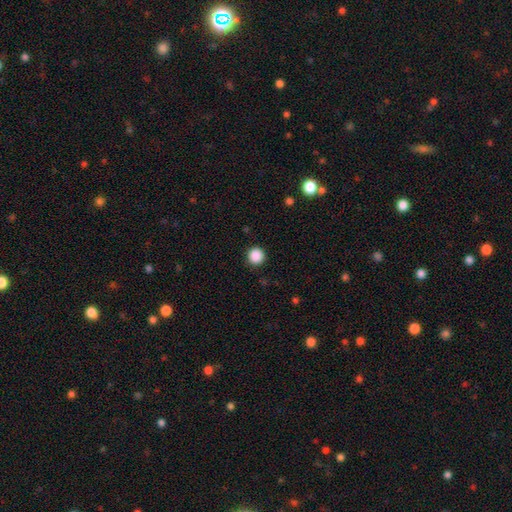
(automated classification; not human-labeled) Smooth or featured?
  - smooth: 88% *
  - star or artifact: 10%
  - featured or disk: 2%
How rounded?
  - round: 95% *
  - in between: 4%
  - cigar-shaped: 1%
Merging?
  - none: 92% *
  - minor disturbance: 5%
  - major disturbance: 2%
  - merger: 1%